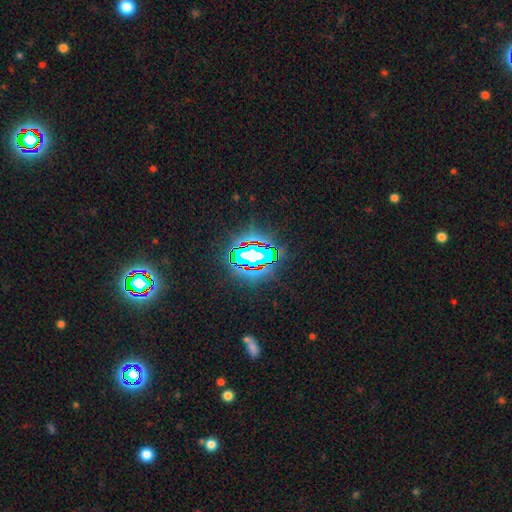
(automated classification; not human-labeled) smooth_or_featured: star or artifact (p=0.79) [alt: smooth p=0.12]